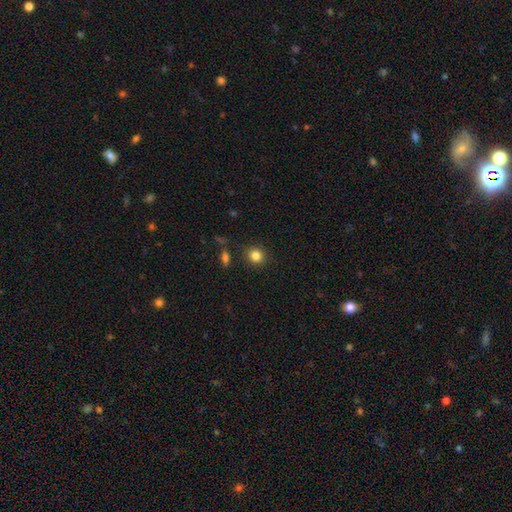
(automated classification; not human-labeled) This appears to be a smooth galaxy with no disk features (83%) that is round (85%). Merging: none (88%).